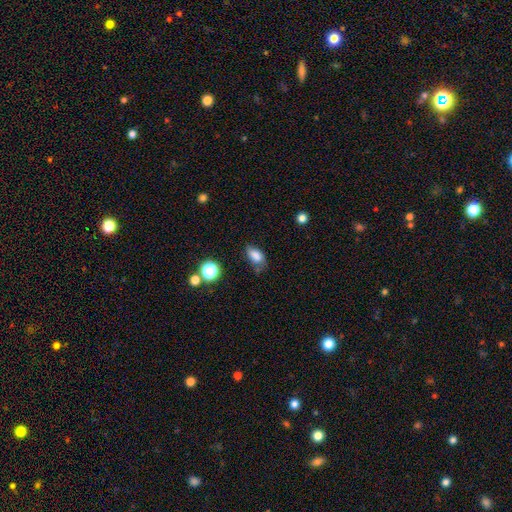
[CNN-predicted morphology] A smooth galaxy with no disk features (80%) that is in between round and cigar-shaped (87%).

Vote fractions:
- Smooth or featured? smooth: 80% / star or artifact: 11% / featured or disk: 9%
- How rounded? in between: 87% / round: 9% / cigar-shaped: 4%
- Merging? none: 53% / minor disturbance: 32% / major disturbance: 10% / merger: 4%